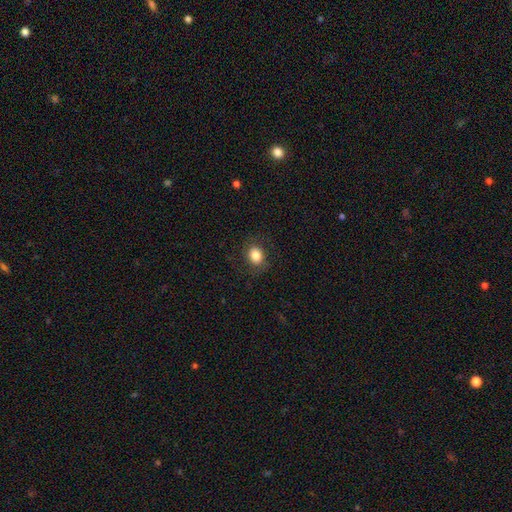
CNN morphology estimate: This is clearly a smooth galaxy (83%). How rounded: possibly round (57%). Merging: clearly none (83%).